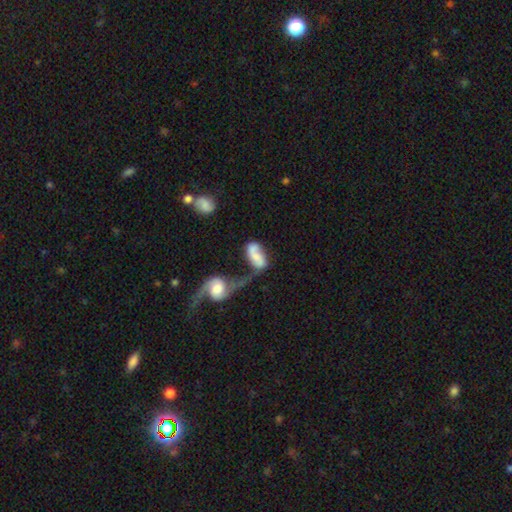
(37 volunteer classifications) smooth 54%, featured or disk 46%, star or artifact 0%. Down the decision tree: how rounded — in between (80%); merging — merger (62%).